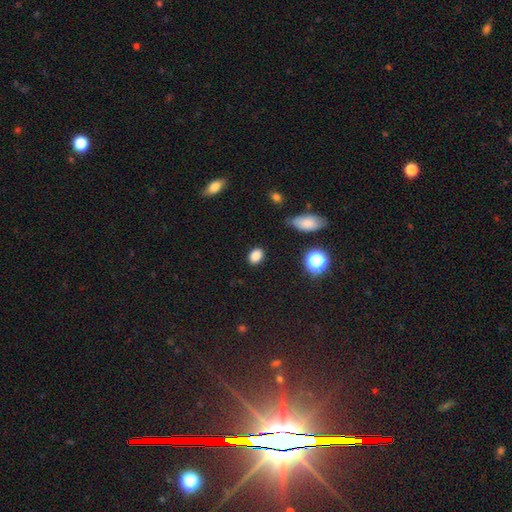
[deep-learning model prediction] Q: Smooth or featured?
A: smooth (84%); runner-up: star or artifact (11%)
Q: How rounded?
A: in between (71%); runner-up: round (27%)
Q: Merging?
A: none (85%); runner-up: minor disturbance (10%)